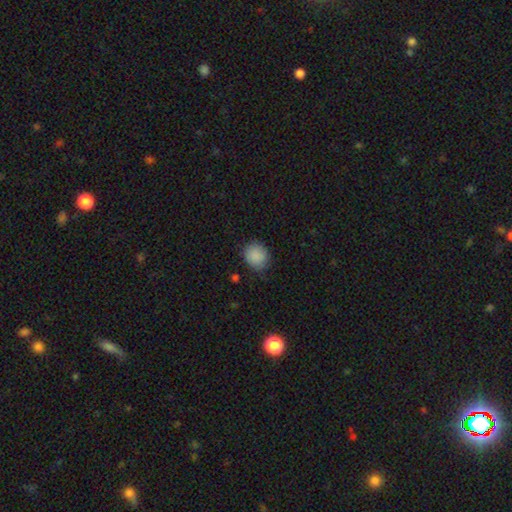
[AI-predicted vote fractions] smooth 88%, star or artifact 8%, featured or disk 4%. Down the decision tree: how rounded — round (74%); merging — none (80%).